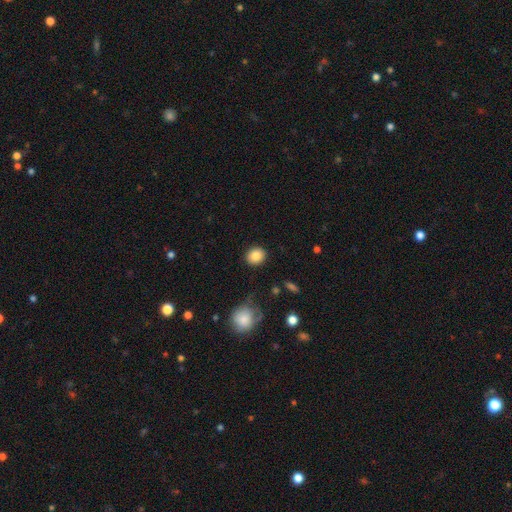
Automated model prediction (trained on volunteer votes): Q: Smooth or featured?
A: smooth (86%); runner-up: star or artifact (9%)
Q: How rounded?
A: round (74%); runner-up: in between (25%)
Q: Merging?
A: none (88%); runner-up: minor disturbance (8%)